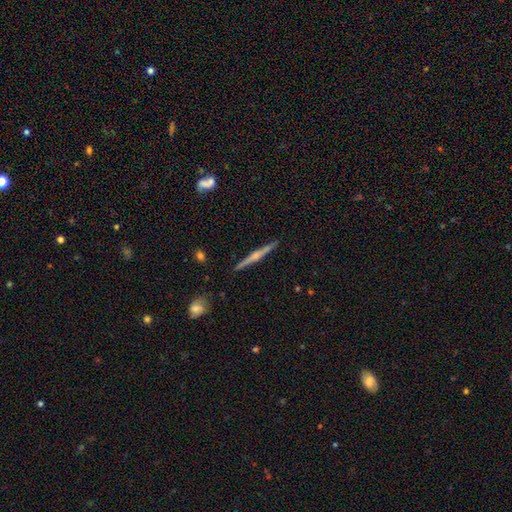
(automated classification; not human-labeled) Smooth or featured? Predicted: featured or disk (p=0.74). Edge-on disk? Predicted: yes (p=0.98). Edge-on bulge? Predicted: rounded (p=0.75). Merging? Predicted: none (p=0.92).